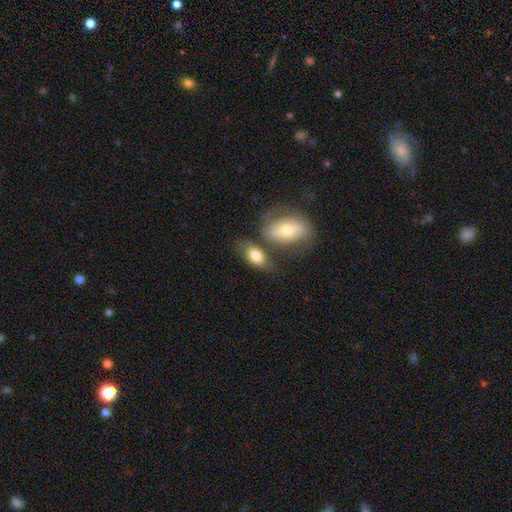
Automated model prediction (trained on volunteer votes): Q: Smooth or featured?
A: smooth (75%); runner-up: featured or disk (19%)
Q: How rounded?
A: in between (89%); runner-up: round (8%)
Q: Merging?
A: none (47%); runner-up: merger (32%)